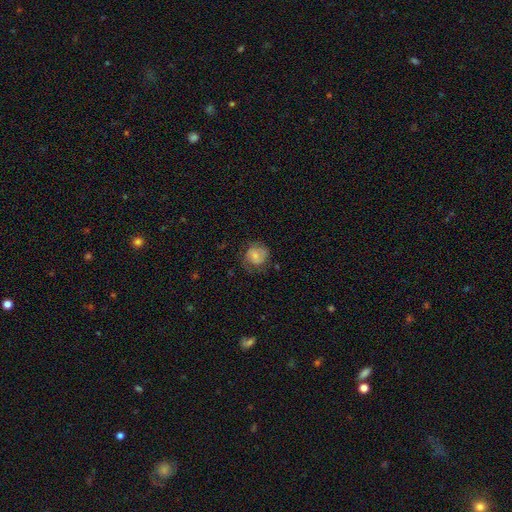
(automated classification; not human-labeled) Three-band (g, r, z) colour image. It shows a smooth galaxy with no disk features (61%) that is round (78%). Merging: none (61%).